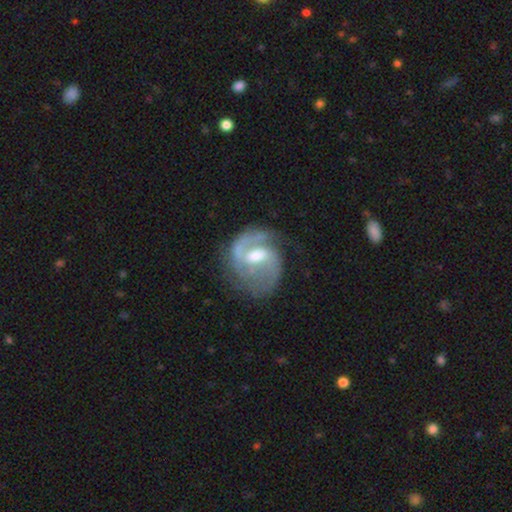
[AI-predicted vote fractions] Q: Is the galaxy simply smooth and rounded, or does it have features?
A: featured or disk — 85%.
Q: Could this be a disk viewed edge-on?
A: no — 98%.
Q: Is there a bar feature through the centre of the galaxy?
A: weak — 57%.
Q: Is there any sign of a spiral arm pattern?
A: yes — 94%.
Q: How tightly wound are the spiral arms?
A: medium — 48%.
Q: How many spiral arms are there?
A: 2 — 65%.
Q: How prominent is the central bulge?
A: moderate — 64%.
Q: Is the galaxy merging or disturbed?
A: none — 61%.